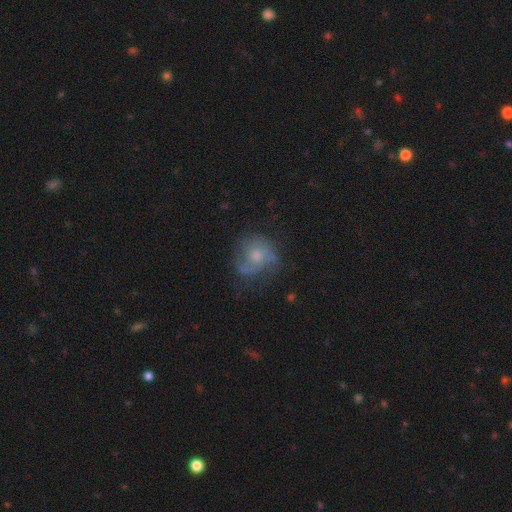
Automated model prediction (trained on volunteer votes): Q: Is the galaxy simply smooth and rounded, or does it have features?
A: featured or disk — 52%.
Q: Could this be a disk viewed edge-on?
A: no — 97%.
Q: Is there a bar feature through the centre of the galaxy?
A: no — 80%.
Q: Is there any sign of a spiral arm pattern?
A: yes — 74%.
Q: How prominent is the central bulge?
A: moderate — 48%.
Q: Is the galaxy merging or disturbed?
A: none — 57%.